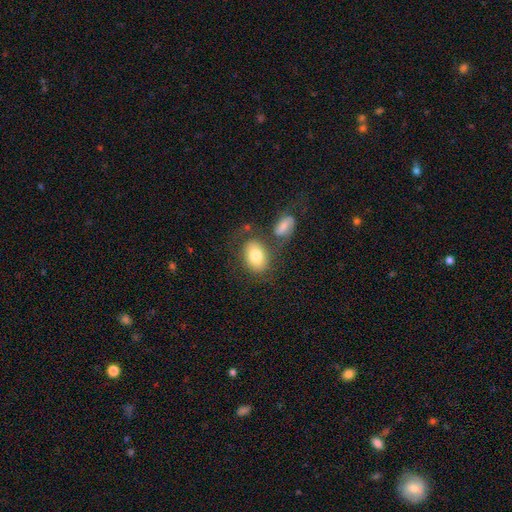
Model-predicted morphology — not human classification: A smooth galaxy with no disk features (78%) that is in between round and cigar-shaped (79%). Merging: none (56%).